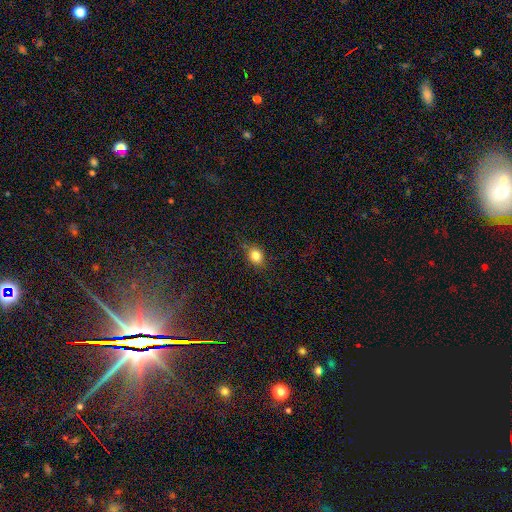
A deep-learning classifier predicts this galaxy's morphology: Overall: smooth (83%). How rounded: round (59%; in between 40%). Merging: none (81%).